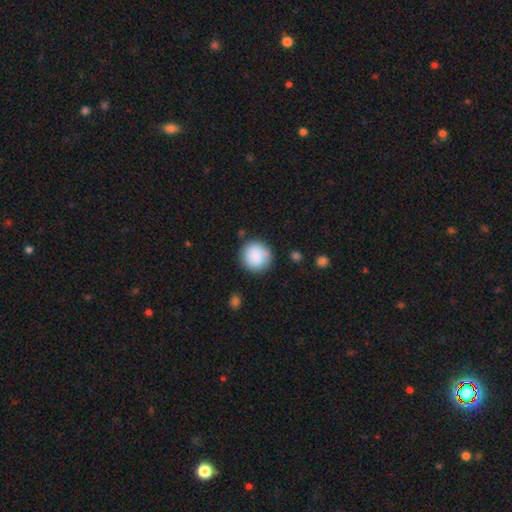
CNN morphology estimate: The model was most divided on "merging": none: 82%, minor disturbance: 11%, major disturbance: 4%, merger: 3%. More confident: how rounded — round (92%); smooth or featured — smooth (87%).